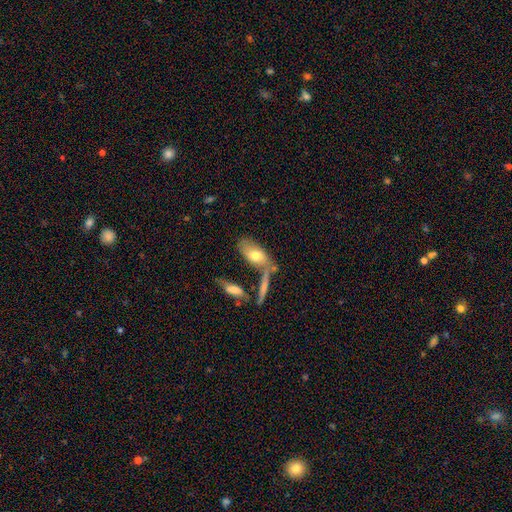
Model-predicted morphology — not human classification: smooth 64%, featured or disk 30%, star or artifact 7%. Down the decision tree: how rounded — in between (84%); merging — none (48%).